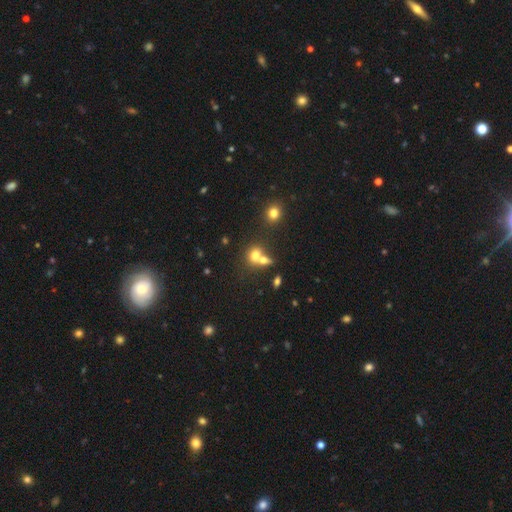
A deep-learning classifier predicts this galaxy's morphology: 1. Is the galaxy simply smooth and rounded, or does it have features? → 71% smooth, 15% featured or disk, 14% star or artifact.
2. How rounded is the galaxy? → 63% round, 35% in between, 2% cigar-shaped.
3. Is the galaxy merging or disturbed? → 54% merger, 34% none, 8% minor disturbance, 4% major disturbance.